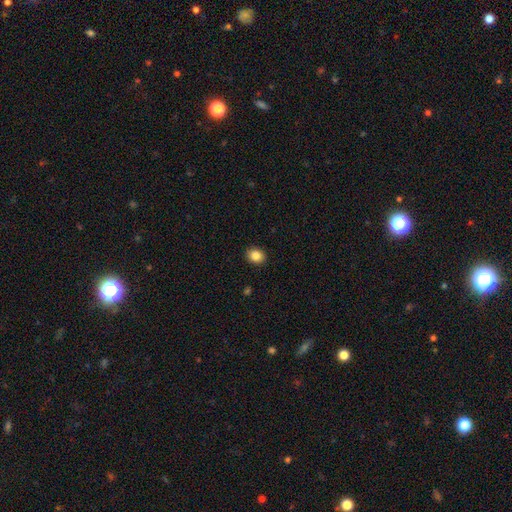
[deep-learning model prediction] smooth 86%, star or artifact 9%, featured or disk 5%. Down the decision tree: how rounded — round (56%); merging — none (91%).